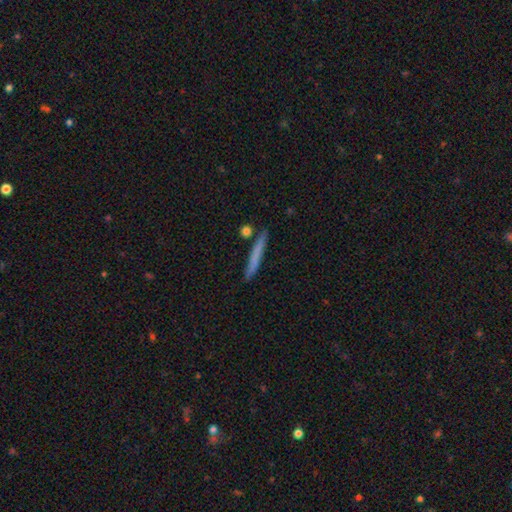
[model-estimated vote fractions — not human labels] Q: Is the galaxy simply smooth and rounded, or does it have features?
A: smooth — 66%.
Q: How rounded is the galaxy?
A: cigar-shaped — 96%.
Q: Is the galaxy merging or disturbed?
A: none — 85%.